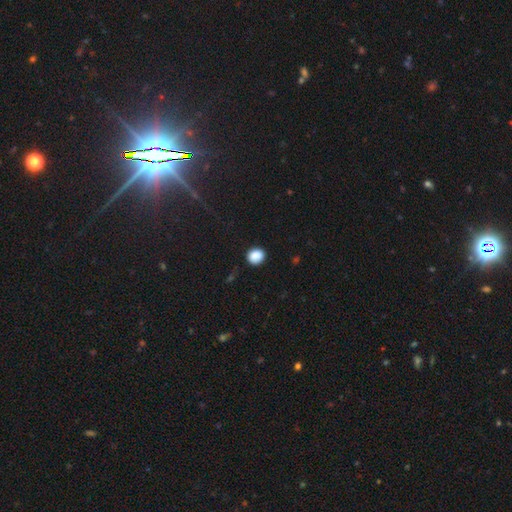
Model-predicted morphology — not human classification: The model was most divided on "how rounded": round: 70%, in between: 29%, cigar-shaped: 1%. More confident: smooth or featured — smooth (87%); merging — none (85%).